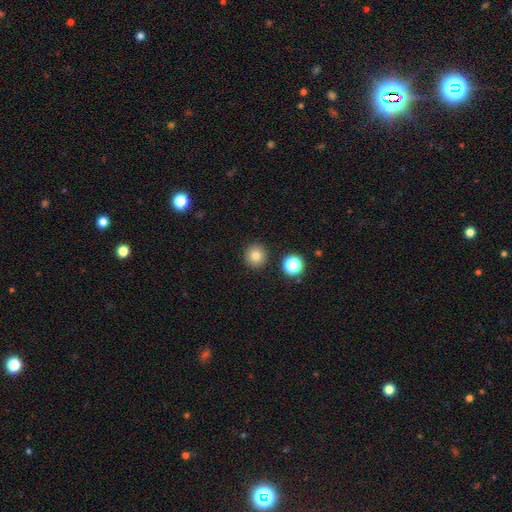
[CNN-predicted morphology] Q: Smooth or featured?
A: smooth (80%); runner-up: star or artifact (13%)
Q: How rounded?
A: round (94%); runner-up: in between (5%)
Q: Merging?
A: none (91%); runner-up: minor disturbance (5%)